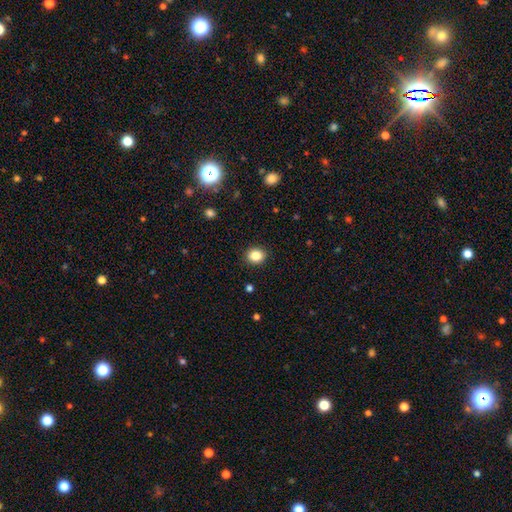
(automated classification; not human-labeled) Overall: smooth (85%). How rounded: round (68%; in between 32%). Merging: none (91%).